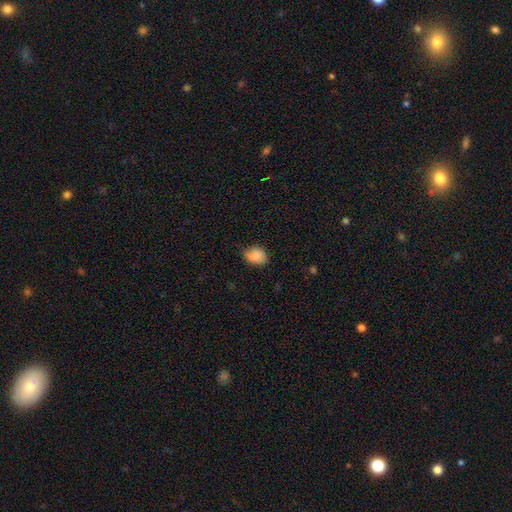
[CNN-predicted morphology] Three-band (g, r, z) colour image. It shows a smooth galaxy with no disk features (86%) that is in between round and cigar-shaped (64%). Merging: none (65%).